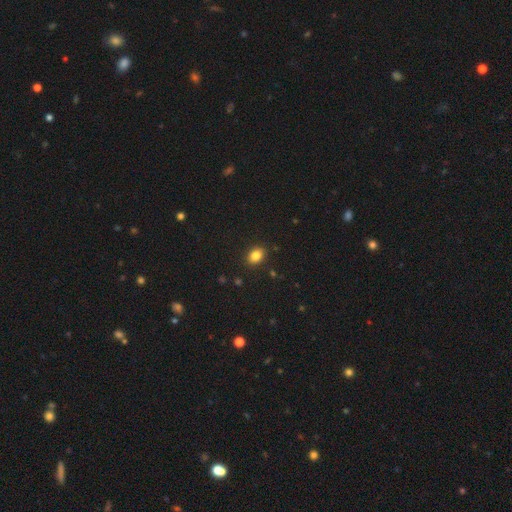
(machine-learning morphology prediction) The model was most divided on "how rounded": in between: 68%, round: 30%, cigar-shaped: 1%. More confident: merging — none (89%); smooth or featured — smooth (84%).